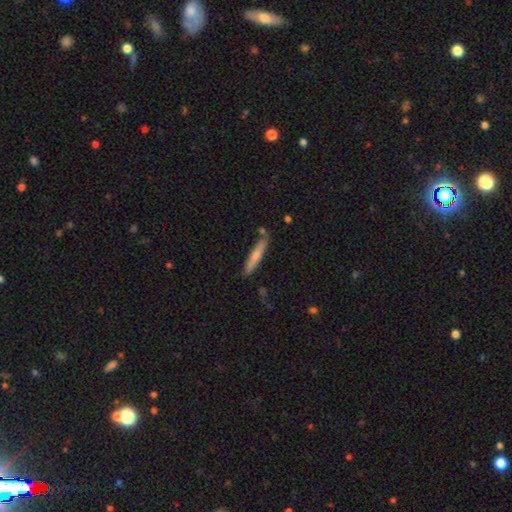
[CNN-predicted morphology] This appears to be a smooth galaxy with no disk features (67%) that is cigar-shaped (93%). Merging: none (78%).